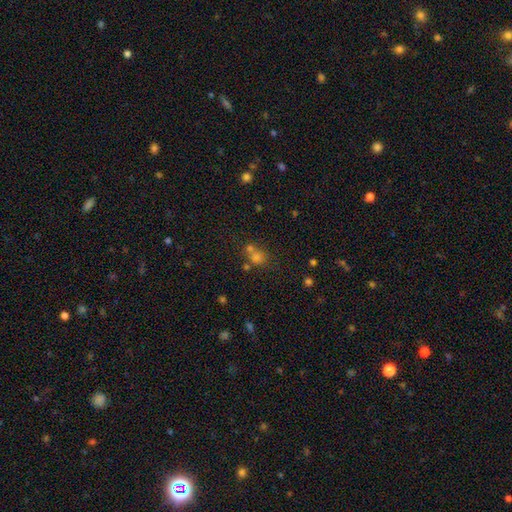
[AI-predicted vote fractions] Overall: smooth (69%). How rounded: round (76%). Merging: none (47%; merger 39%).